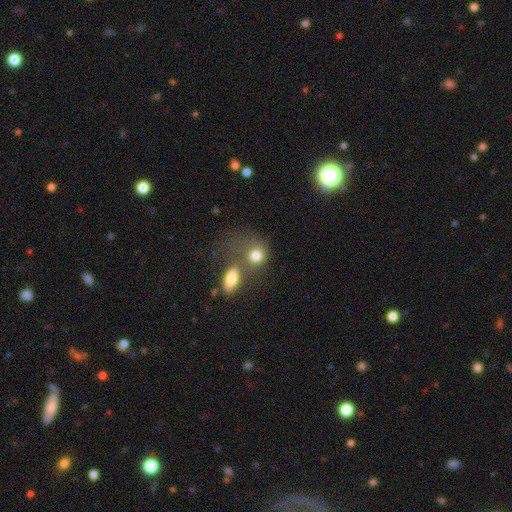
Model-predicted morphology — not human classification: A smooth galaxy with no disk features (78%) that is round (63%).

Vote fractions:
- Smooth or featured? smooth: 78% / featured or disk: 11% / star or artifact: 10%
- How rounded? round: 63% / in between: 35% / cigar-shaped: 2%
- Merging? merger: 40% / none: 35% / minor disturbance: 13% / major disturbance: 12%